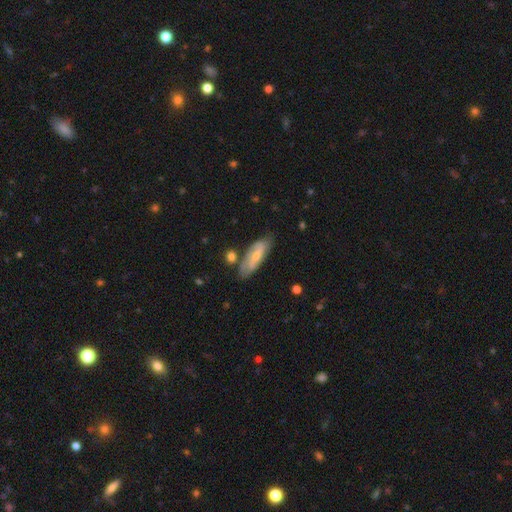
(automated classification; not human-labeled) The model was most divided on "smooth or featured": featured or disk: 61%, smooth: 33%, star or artifact: 6%. More confident: edge-on disk — no (80%); merging — none (71%).